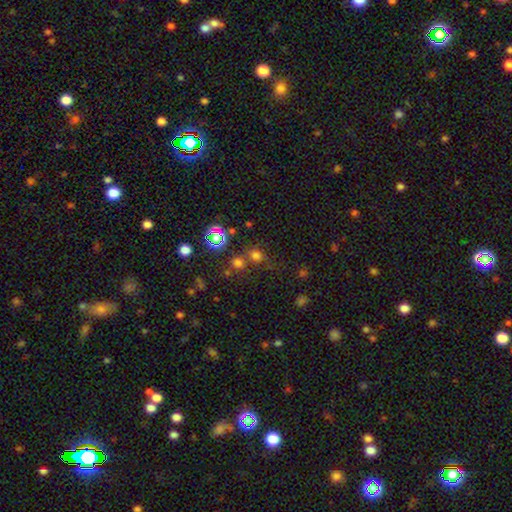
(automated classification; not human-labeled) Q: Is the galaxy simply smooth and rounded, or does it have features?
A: smooth — 61%.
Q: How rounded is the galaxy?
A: round — 77%.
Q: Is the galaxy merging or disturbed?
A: none — 61%.